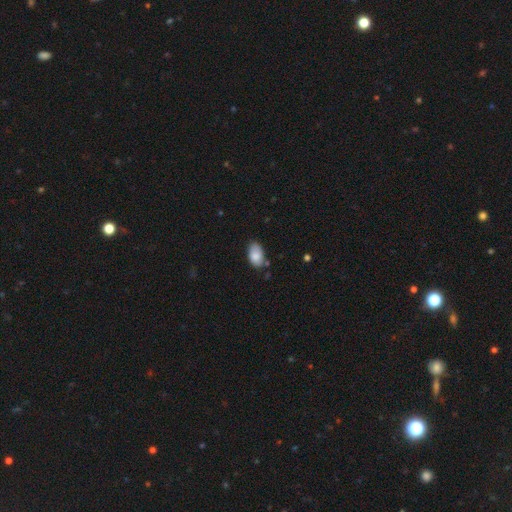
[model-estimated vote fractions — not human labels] Overall: smooth (83%). How rounded: in between (93%). Merging: none (63%; minor disturbance 27%).